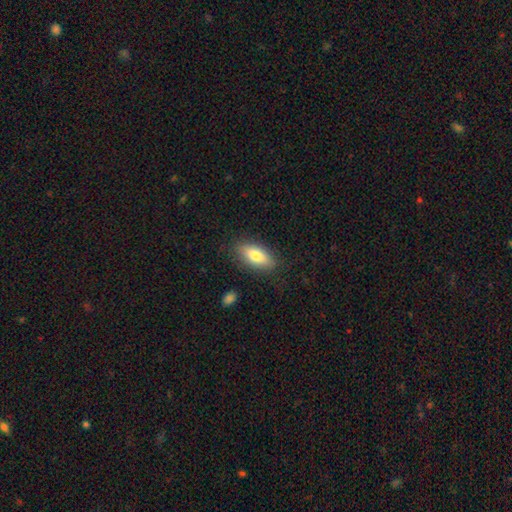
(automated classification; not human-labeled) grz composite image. It shows a smooth galaxy with no disk features (77%) that is in between round and cigar-shaped (80%). Merging: none (84%).